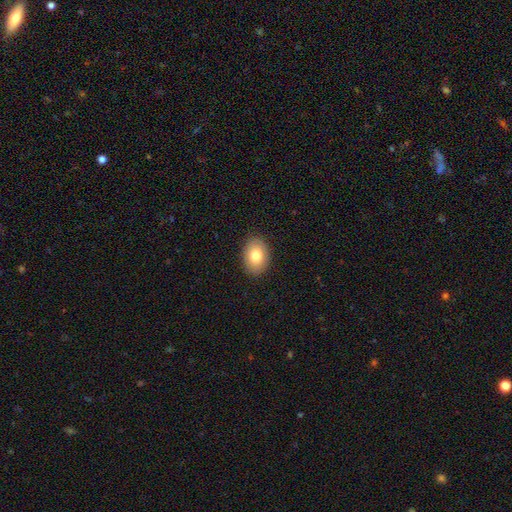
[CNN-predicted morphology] This is clearly a smooth galaxy (80%). How rounded: clearly in between (81%). Merging: clearly none (88%).